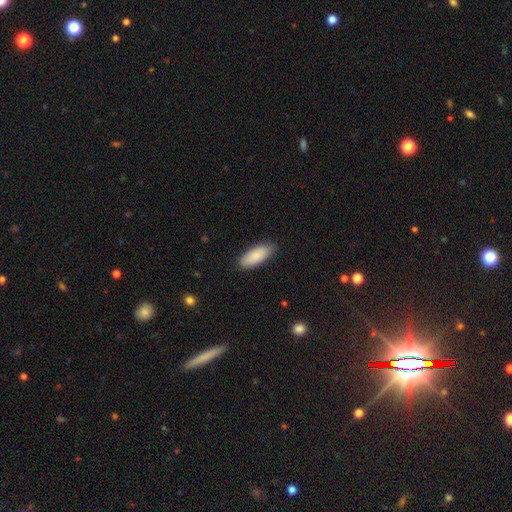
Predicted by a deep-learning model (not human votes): smooth 87%, featured or disk 8%, star or artifact 5%. Down the decision tree: how rounded — in between (78%); merging — none (86%).